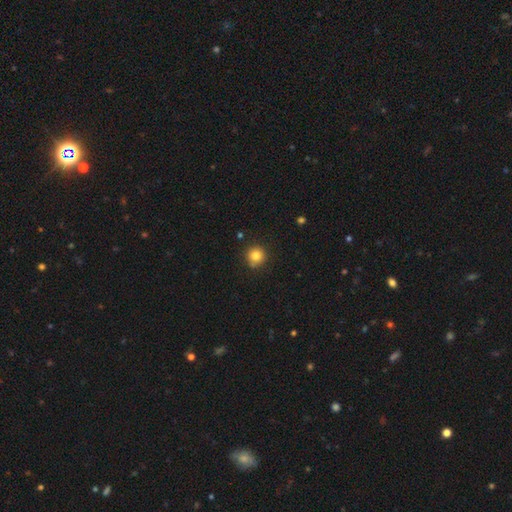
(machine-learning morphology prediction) Smooth or featured? Predicted: smooth (p=0.83). How rounded? Predicted: round (p=0.93). Merging? Predicted: none (p=0.86).